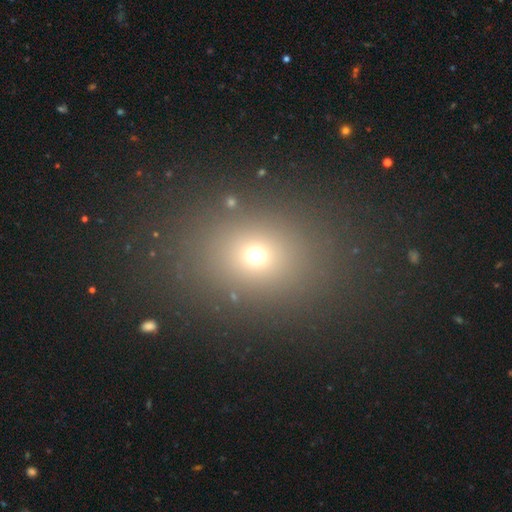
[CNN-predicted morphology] Overall: smooth (66%). How rounded: round (54%; in between 45%). Merging: none (86%).